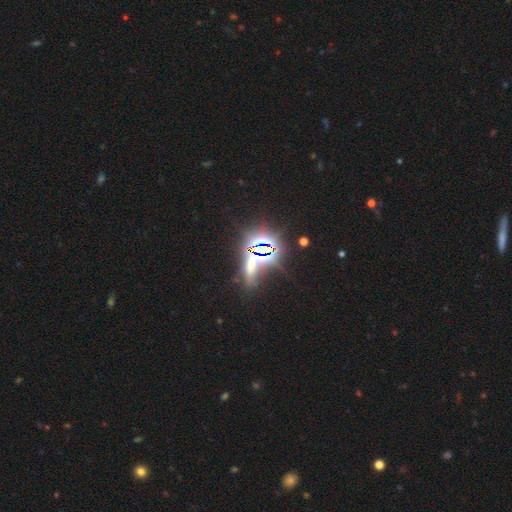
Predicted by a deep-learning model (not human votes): Smooth or featured? Predicted: star or artifact (p=0.76).